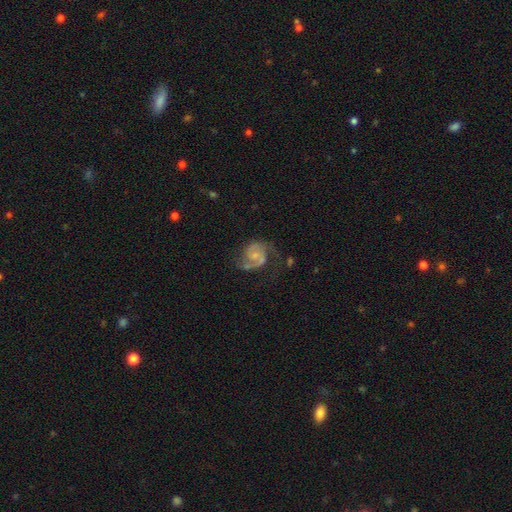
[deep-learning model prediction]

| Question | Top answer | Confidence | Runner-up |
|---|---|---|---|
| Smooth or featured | featured or disk | 85% | smooth (9%) |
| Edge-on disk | no | 98% | yes (2%) |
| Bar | no | 59% | weak (35%) |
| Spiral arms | yes | 96% | no (4%) |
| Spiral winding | medium | 55% | tight (26%) |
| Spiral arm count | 2 | 88% | can't tell (4%) |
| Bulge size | small | 55% | moderate (30%) |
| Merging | none | 62% | minor disturbance (20%) |